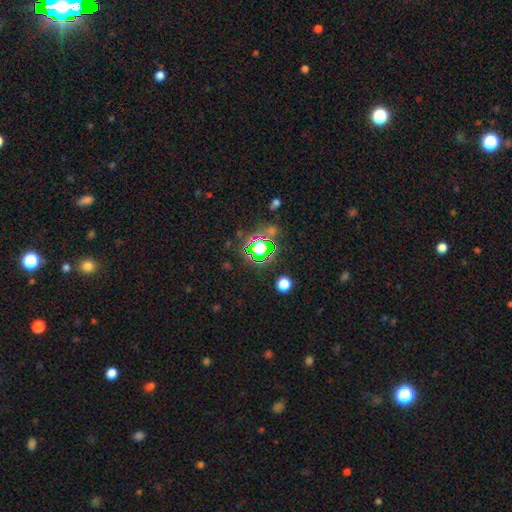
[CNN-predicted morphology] smooth_or_featured: star or artifact (p=0.78) [alt: smooth p=0.13]